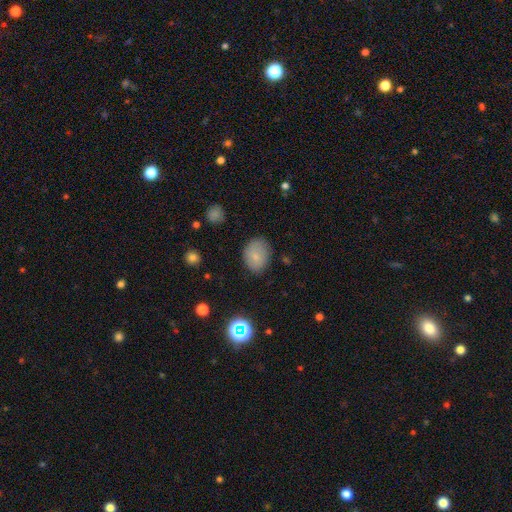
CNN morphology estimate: Overall: smooth (79%). How rounded: in between (63%; round 36%). Merging: none (81%).